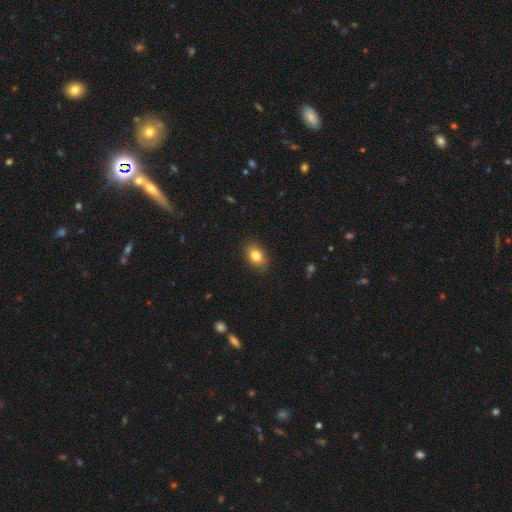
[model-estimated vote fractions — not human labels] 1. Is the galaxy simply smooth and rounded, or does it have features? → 83% smooth, 9% featured or disk, 9% star or artifact.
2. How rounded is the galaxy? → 80% in between, 19% round, 1% cigar-shaped.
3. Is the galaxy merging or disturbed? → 84% none, 12% minor disturbance, 3% major disturbance, 1% merger.